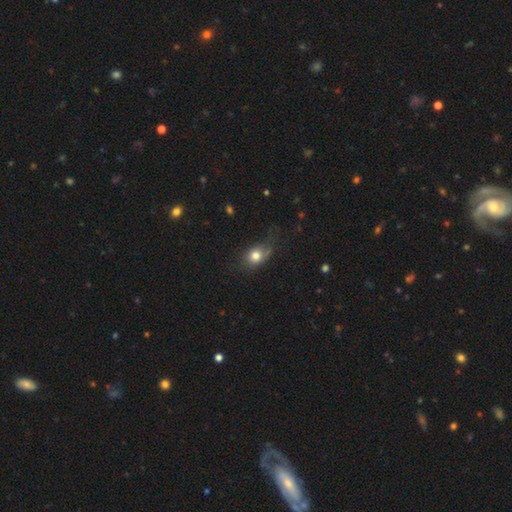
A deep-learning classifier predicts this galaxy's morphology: This appears to be a smooth galaxy with no disk features (78%) that is in between round and cigar-shaped (54%). Merging: none (52%).